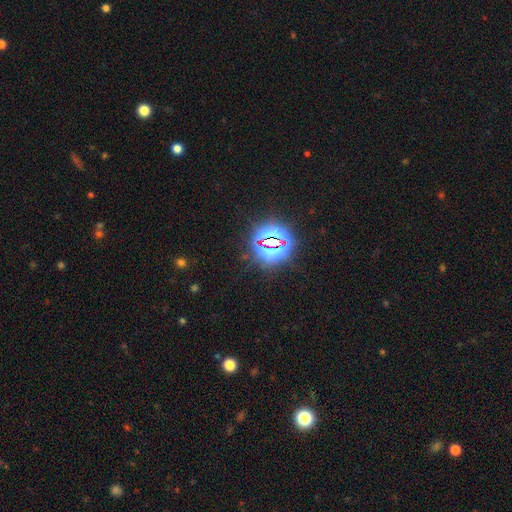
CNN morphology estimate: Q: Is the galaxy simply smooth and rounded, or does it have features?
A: star or artifact — 81%.